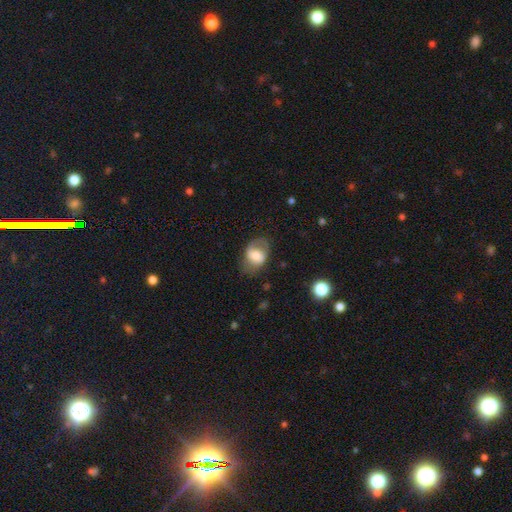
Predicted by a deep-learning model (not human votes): Morphology: type=smooth (53%); roundness=in between (73%); merging=none (57%).